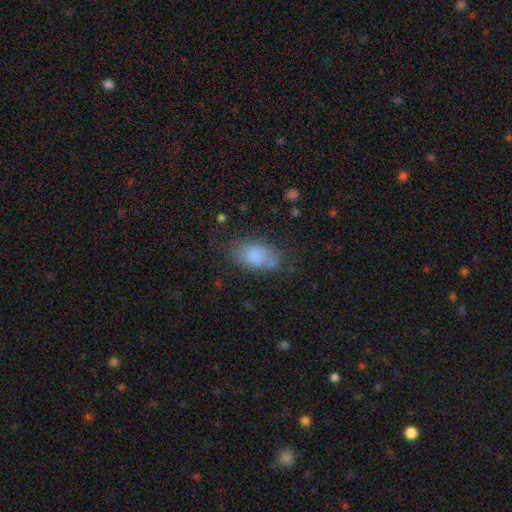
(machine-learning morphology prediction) Q: Smooth or featured?
A: smooth (79%); runner-up: featured or disk (12%)
Q: How rounded?
A: in between (88%); runner-up: round (10%)
Q: Merging?
A: none (54%); runner-up: minor disturbance (23%)